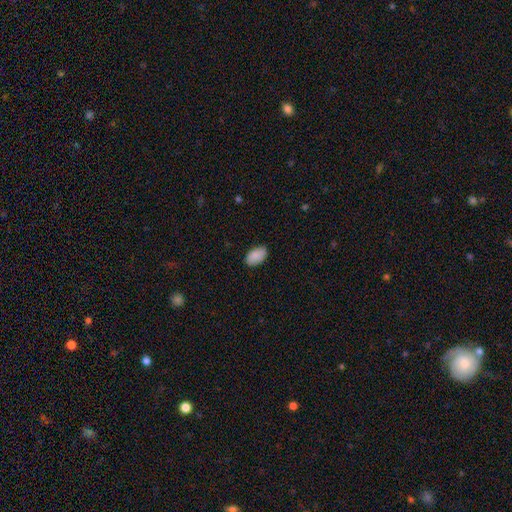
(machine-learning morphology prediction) type=smooth (89%); roundness=in between (94%); merging=none (86%).